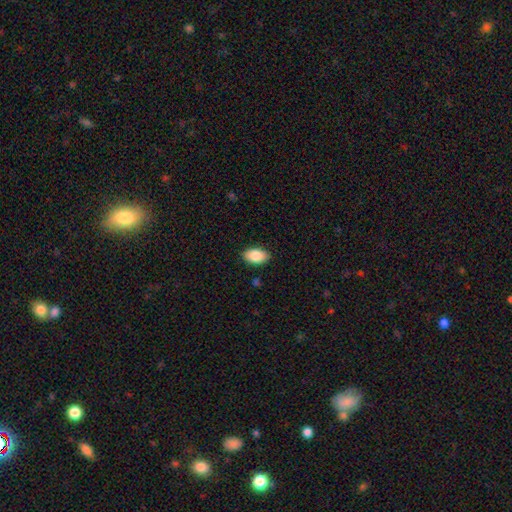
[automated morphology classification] Smooth or featured? Predicted: smooth (p=0.87). How rounded? Predicted: in between (p=0.91). Merging? Predicted: none (p=0.88).